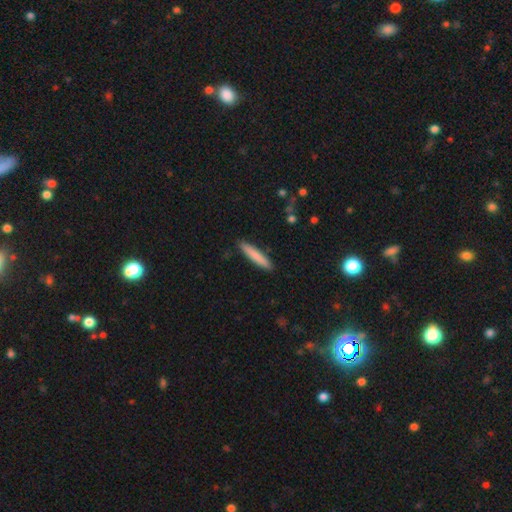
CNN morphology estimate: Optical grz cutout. It shows a smooth galaxy with no disk features (81%) that is cigar-shaped (91%). Merging: none (90%).